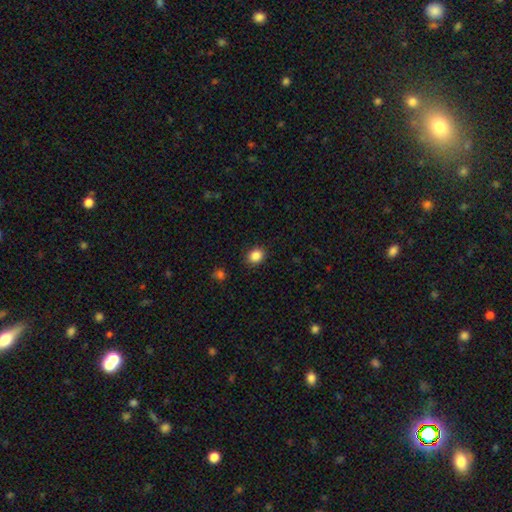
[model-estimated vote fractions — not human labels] The model was most divided on "how rounded": round: 66%, in between: 33%, cigar-shaped: 1%. More confident: merging — none (87%); smooth or featured — smooth (86%).